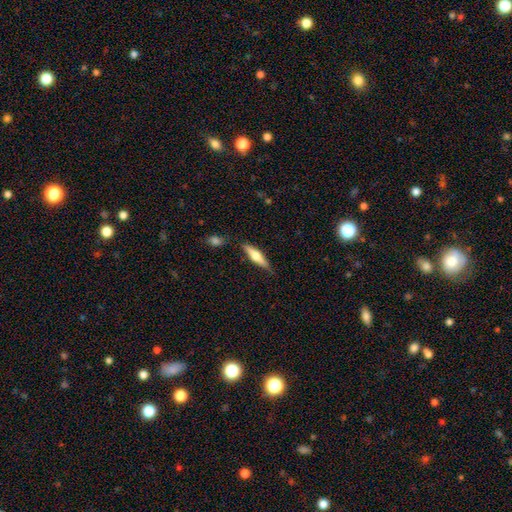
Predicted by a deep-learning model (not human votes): A smooth galaxy with no disk features (49%).

Vote fractions:
- Smooth or featured? smooth: 49% / featured or disk: 45% / star or artifact: 6%
- Merging? none: 80% / minor disturbance: 13% / merger: 4% / major disturbance: 3%